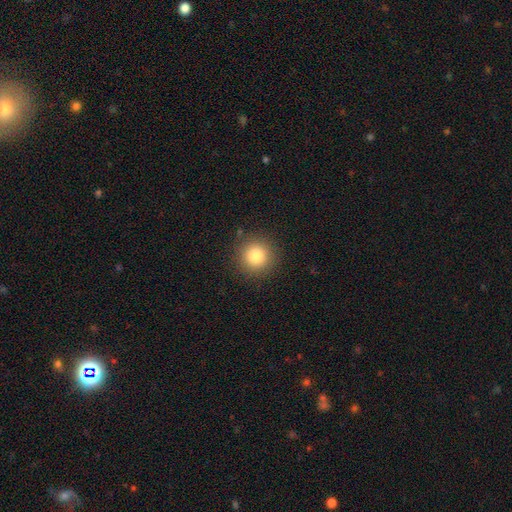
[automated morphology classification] This appears to be a smooth galaxy with no disk features (82%) that is round (95%). Merging: none (90%).